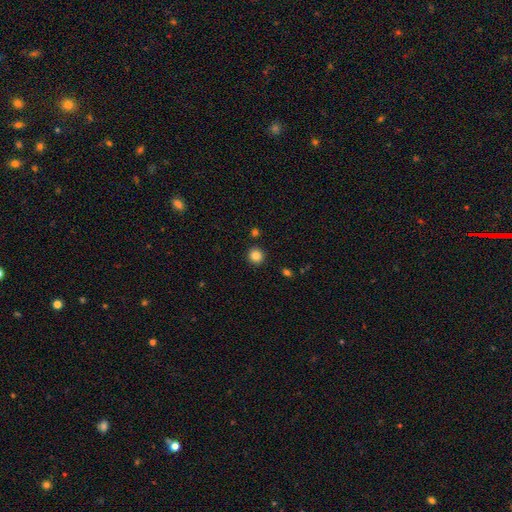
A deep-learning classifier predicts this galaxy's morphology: Overall: smooth (85%). How rounded: round (92%). Merging: none (90%).